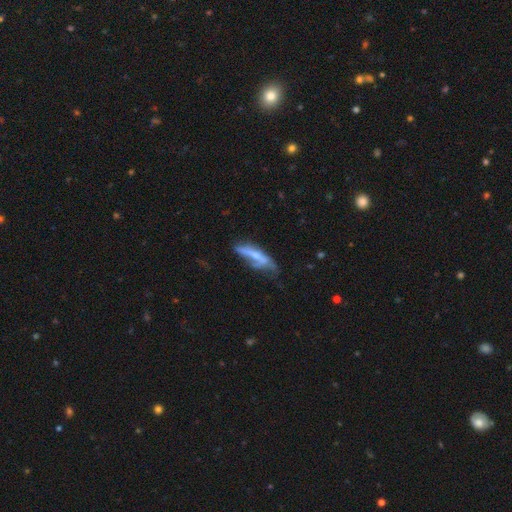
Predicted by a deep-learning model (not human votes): smooth_or_featured: featured or disk (p=0.51) [alt: smooth p=0.41]
disk_edge_on: no (p=0.53) [alt: yes p=0.47]
merging: none (p=0.32) [alt: major disturbance p=0.28]